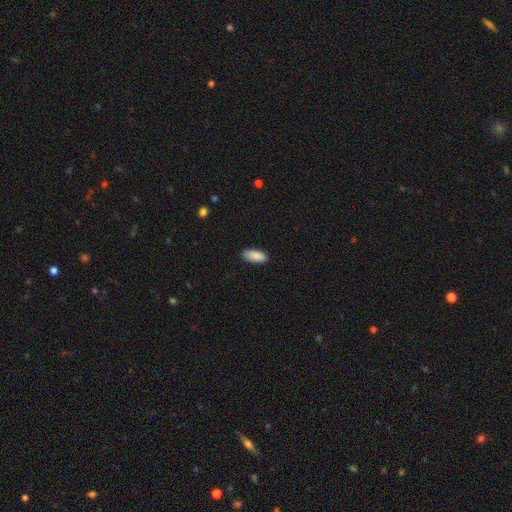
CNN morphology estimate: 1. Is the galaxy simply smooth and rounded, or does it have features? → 88% smooth, 6% star or artifact, 6% featured or disk.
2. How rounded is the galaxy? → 84% in between, 14% cigar-shaped, 2% round.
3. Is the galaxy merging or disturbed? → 85% none, 12% minor disturbance, 2% major disturbance, 1% merger.